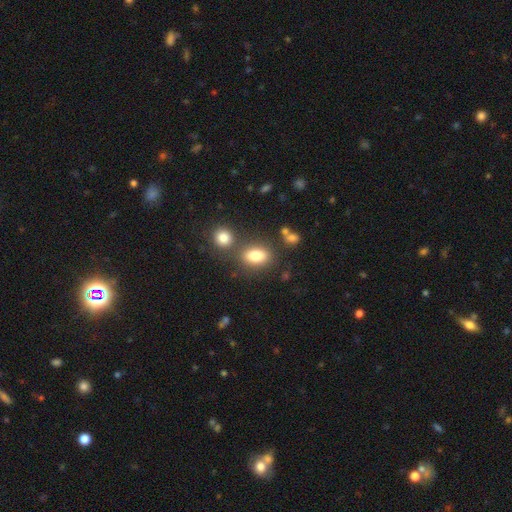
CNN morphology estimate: Overall: smooth (82%). How rounded: in between (83%). Merging: none (68%).